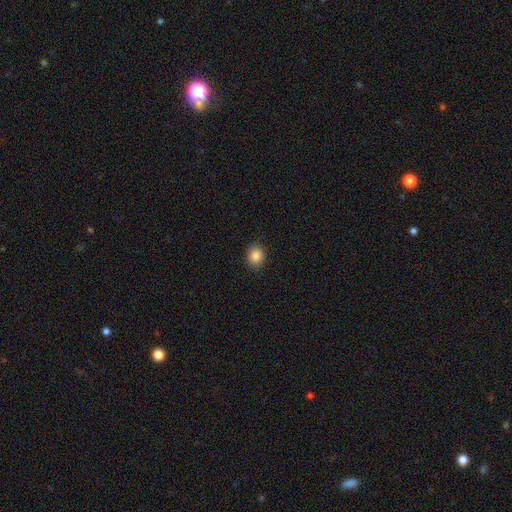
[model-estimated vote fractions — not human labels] Smooth or featured? Predicted: smooth (p=0.87). How rounded? Predicted: round (p=0.51). Merging? Predicted: none (p=0.88).